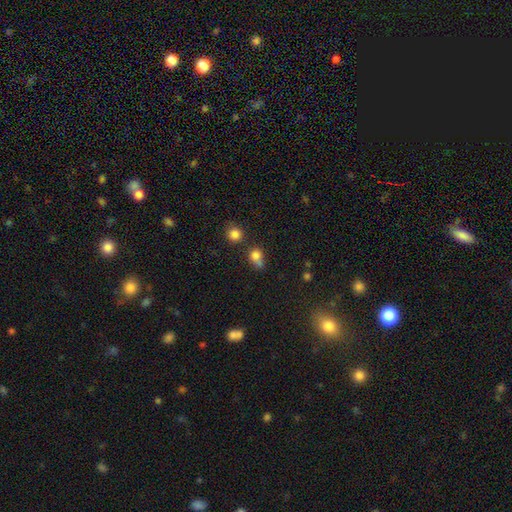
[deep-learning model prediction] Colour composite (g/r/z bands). It shows a smooth galaxy with no disk features (76%) that is round (70%). Merging: none (41%).